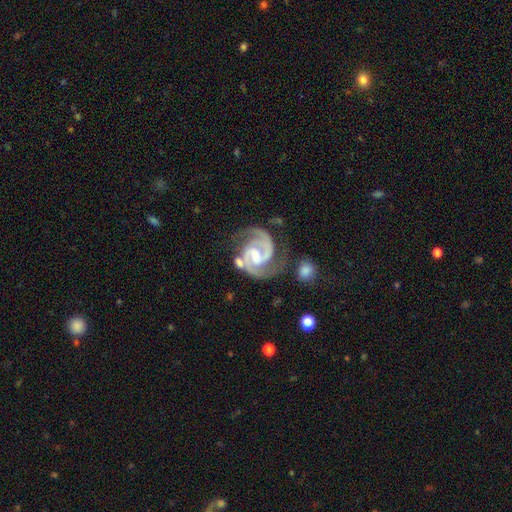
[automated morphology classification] A featured or disk galaxy (93%) with a weak bar (49%), 2 (91%) medium (54%) spiral arms (99%) and a moderate central bulge (43%). Merging: none (65%).